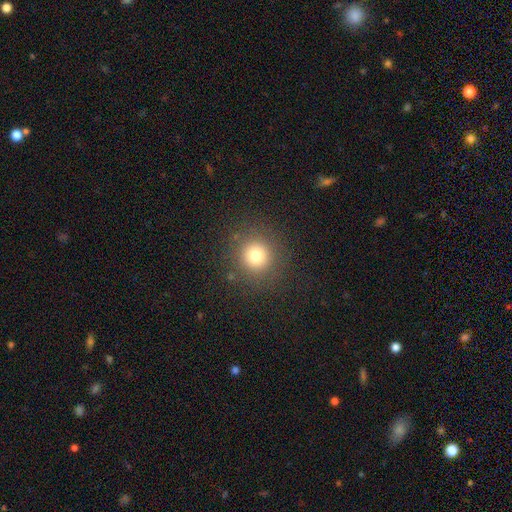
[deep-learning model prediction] smooth_or_featured: smooth (p=0.75) [alt: star or artifact p=0.16]
how_rounded: round (p=0.94) [alt: in between p=0.05]
merging: none (p=0.88) [alt: minor disturbance p=0.07]